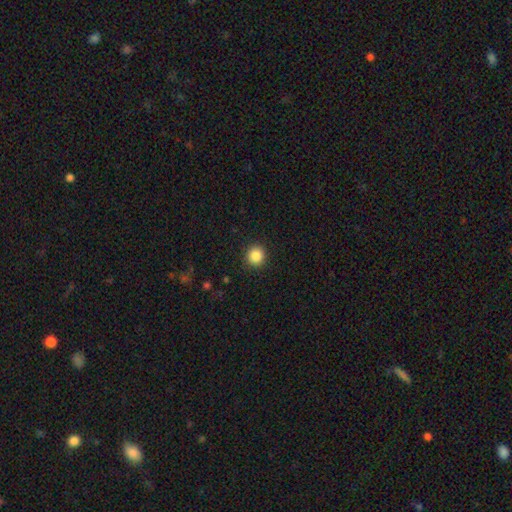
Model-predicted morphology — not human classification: Overall: smooth (86%). How rounded: round (92%). Merging: none (91%).